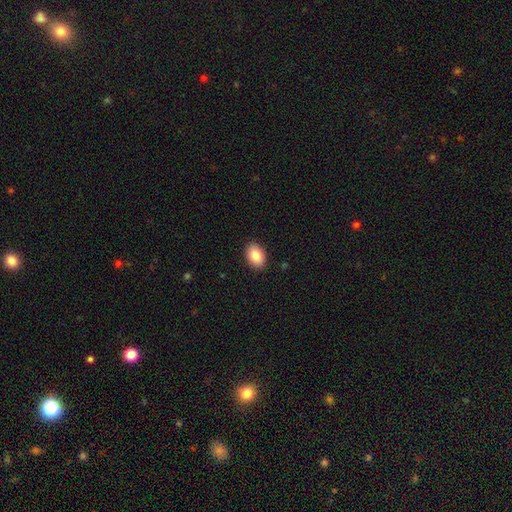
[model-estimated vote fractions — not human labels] Smooth or featured? smooth (86%)
How rounded? in between (86%)
Merging? none (90%)